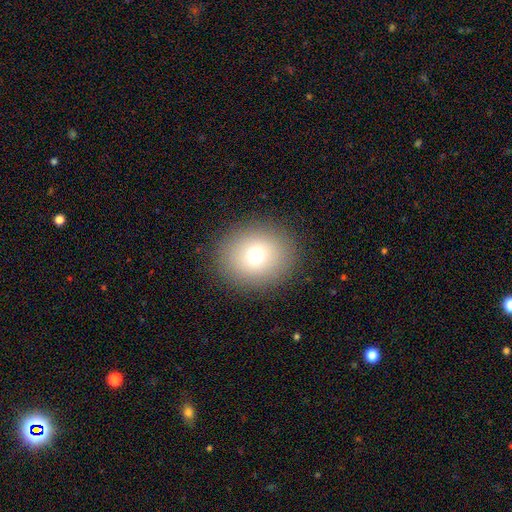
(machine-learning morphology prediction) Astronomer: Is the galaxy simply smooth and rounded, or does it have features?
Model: smooth — 71%.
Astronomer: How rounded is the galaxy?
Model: round — 79%.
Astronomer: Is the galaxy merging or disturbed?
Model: none — 89%.